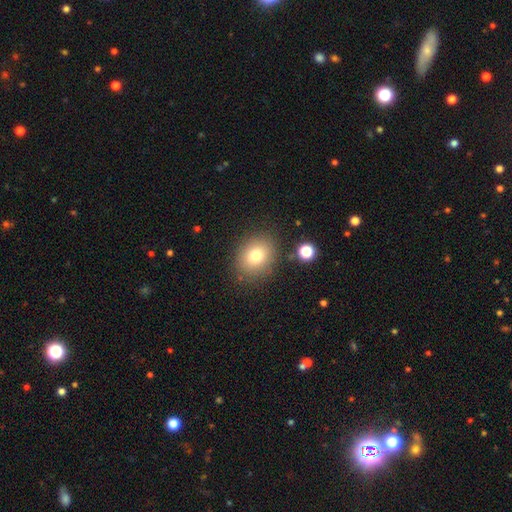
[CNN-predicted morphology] The model was most divided on "how rounded": round: 59%, in between: 40%, cigar-shaped: 1%. More confident: merging — none (83%); smooth or featured — smooth (77%).